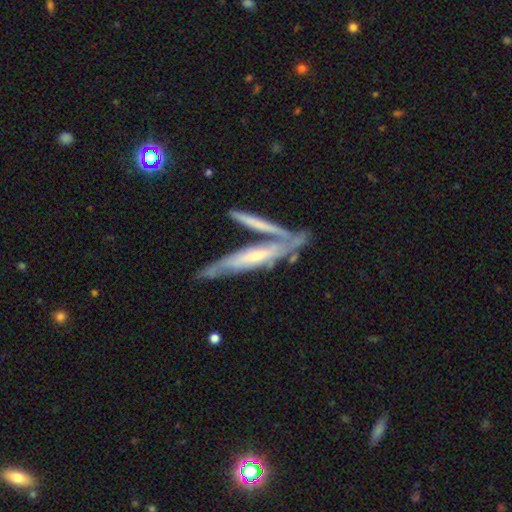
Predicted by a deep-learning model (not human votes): smooth_or_featured: featured or disk (p=0.68) [alt: smooth p=0.27]
disk_edge_on: yes (p=0.62) [alt: no p=0.38]
merging: none (p=0.48) [alt: merger p=0.28]